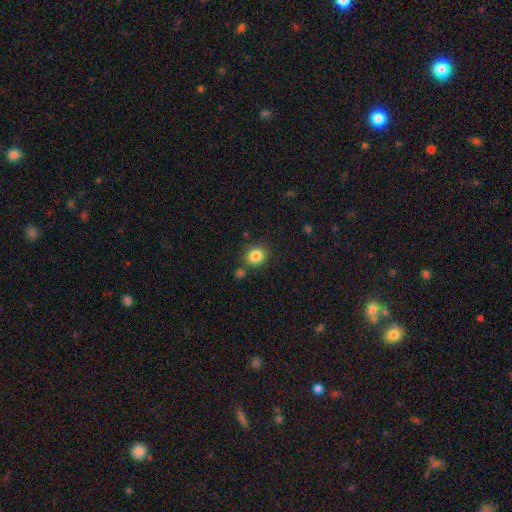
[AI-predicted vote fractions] Overall: smooth (85%). How rounded: round (78%). Merging: none (78%).